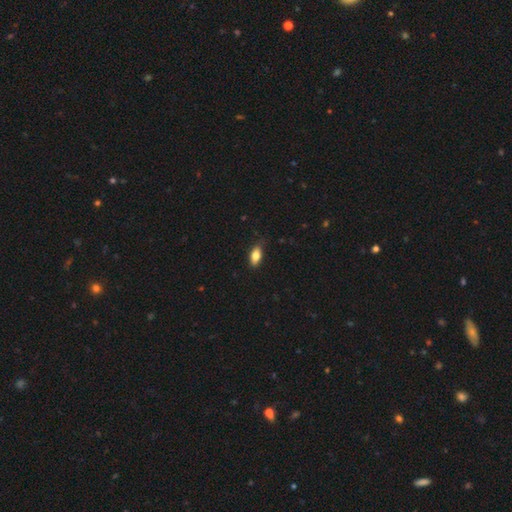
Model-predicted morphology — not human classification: Smooth or featured?
  - smooth: 79% *
  - featured or disk: 14%
  - star or artifact: 7%
How rounded?
  - in between: 86% *
  - cigar-shaped: 10%
  - round: 4%
Merging?
  - none: 79% *
  - minor disturbance: 18%
  - major disturbance: 3%
  - merger: 1%